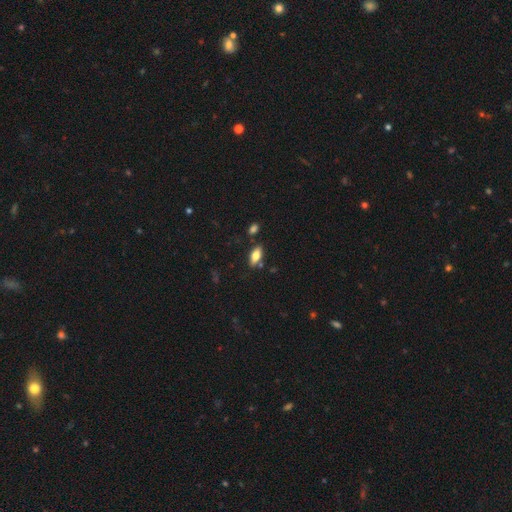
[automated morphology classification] Smooth or featured: smooth — 75% (featured or disk — 17%)
How rounded: in between — 86% (cigar-shaped — 12%)
Merging: none — 79% (minor disturbance — 12%)